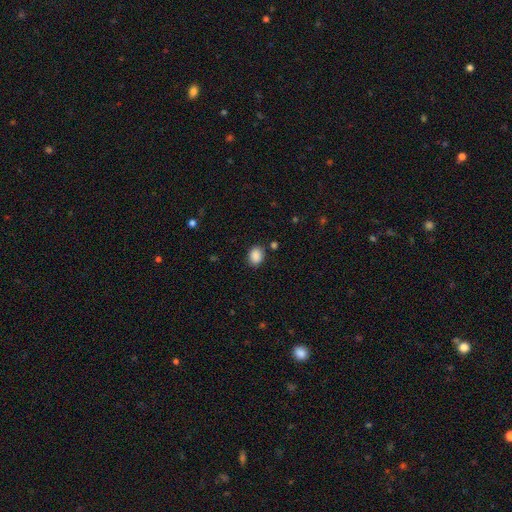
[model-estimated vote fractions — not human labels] This appears to be a smooth galaxy with no disk features (88%) that is in between round and cigar-shaped (57%). Merging: none (82%).